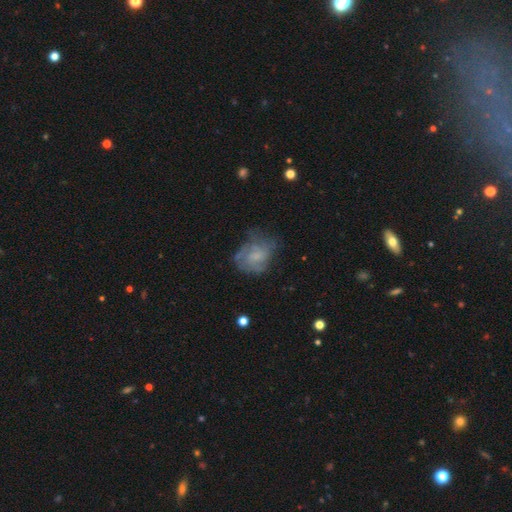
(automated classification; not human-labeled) The model was most divided on "bulge size": none: 41%, small: 34%, moderate: 21%, large: 3%, dominant: 1%. Remaining: edge-on disk — no (98%); bar — no (68%); spiral arms — yes (60%); smooth or featured — featured or disk (52%); merging — none (49%).